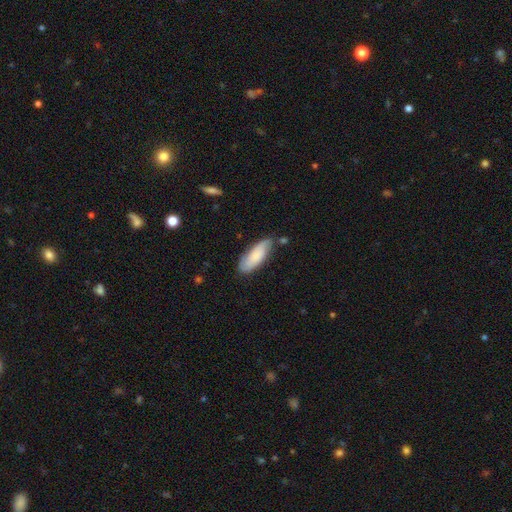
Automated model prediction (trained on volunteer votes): Smooth or featured? smooth (71%)
How rounded? in between (68%)
Merging? none (66%)